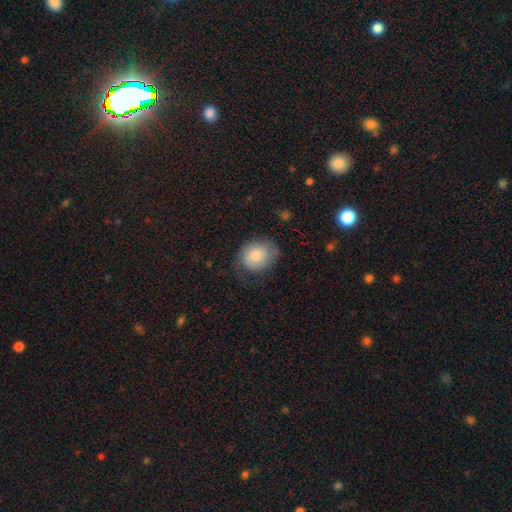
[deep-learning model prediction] This is likely a smooth galaxy (74%). How rounded: possibly round (51%). Merging: possibly none (57%).